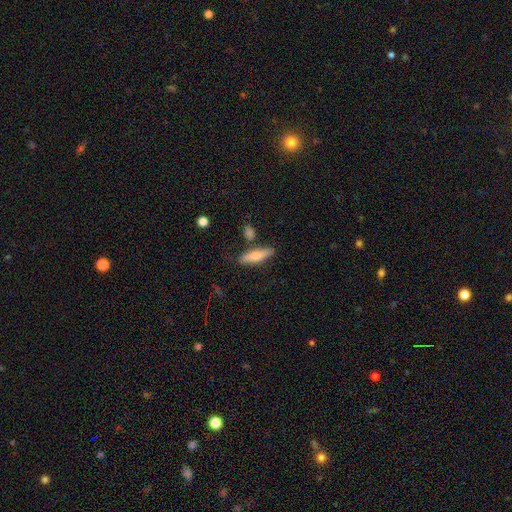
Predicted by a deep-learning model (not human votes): This is likely a smooth galaxy (69%). How rounded: likely cigar-shaped (66%). Merging: likely none (76%).